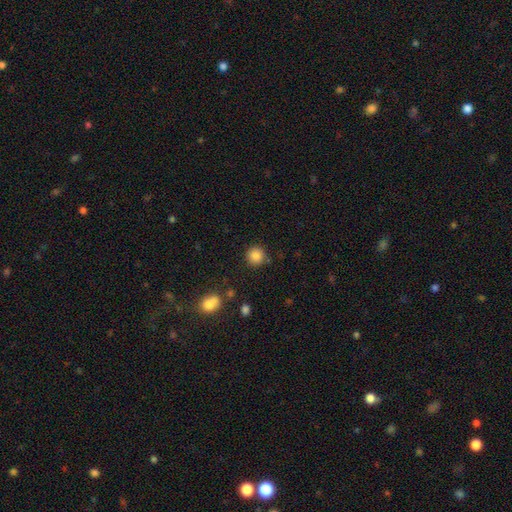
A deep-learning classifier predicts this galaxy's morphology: smooth_or_featured: smooth (p=0.86) [alt: star or artifact p=0.10]
how_rounded: round (p=0.92) [alt: in between p=0.07]
merging: none (p=0.86) [alt: minor disturbance p=0.08]